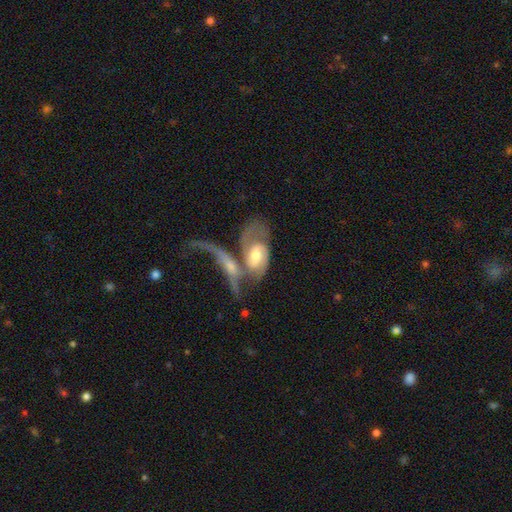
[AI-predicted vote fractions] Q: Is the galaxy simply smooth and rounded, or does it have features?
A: featured or disk — 71%.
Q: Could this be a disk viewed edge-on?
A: no — 91%.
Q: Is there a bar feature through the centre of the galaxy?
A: no — 45%.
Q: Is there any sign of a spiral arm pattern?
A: yes — 86%.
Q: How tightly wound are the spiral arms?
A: medium — 40%.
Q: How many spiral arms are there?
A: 2 — 64%.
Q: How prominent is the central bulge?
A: moderate — 60%.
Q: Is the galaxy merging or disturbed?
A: merger — 60%.